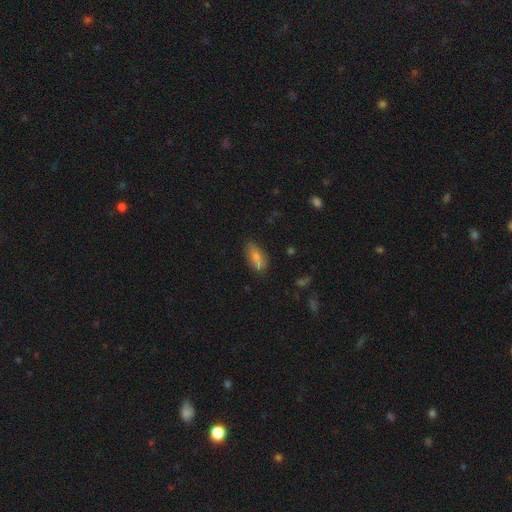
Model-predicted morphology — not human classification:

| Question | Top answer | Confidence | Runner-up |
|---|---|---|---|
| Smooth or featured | smooth | 77% | featured or disk (14%) |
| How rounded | in between | 72% | cigar-shaped (26%) |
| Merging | none | 73% | minor disturbance (19%) |